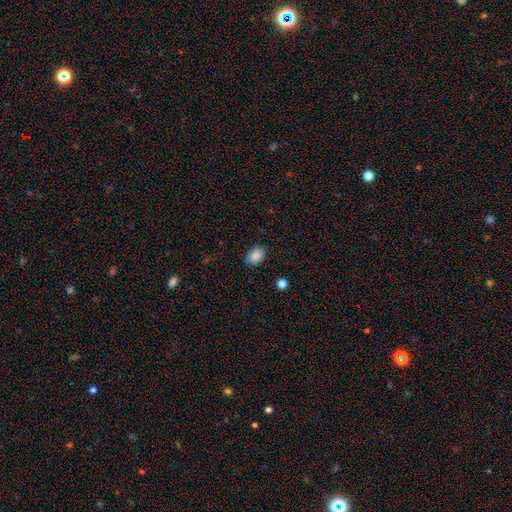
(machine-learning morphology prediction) This appears to be a smooth galaxy with no disk features (86%) that is in between round and cigar-shaped (66%). Merging: none (82%).